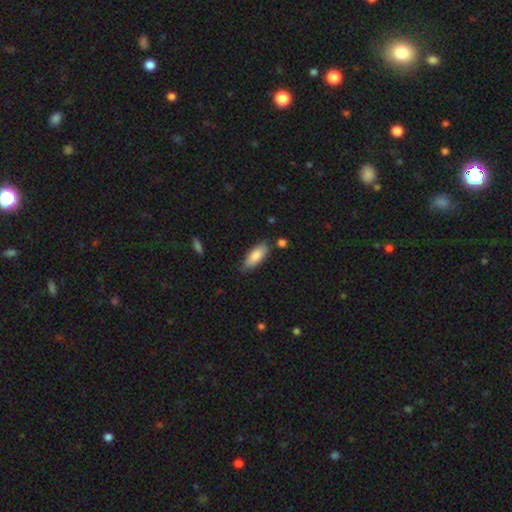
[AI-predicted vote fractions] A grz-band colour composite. It shows a smooth galaxy with no disk features (84%) that is in between round and cigar-shaped (79%). Merging: none (72%).